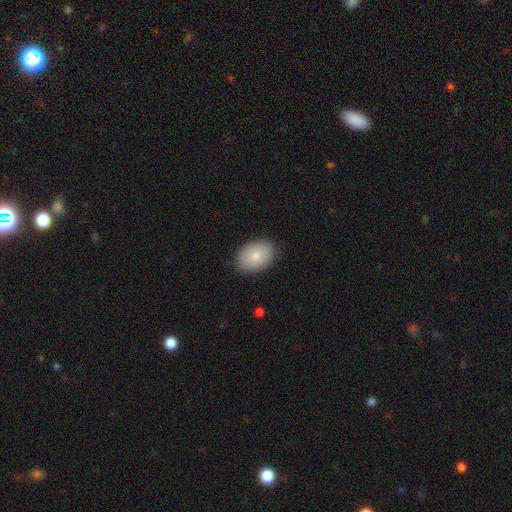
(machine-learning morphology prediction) A smooth galaxy with no disk features (81%) that is in between round and cigar-shaped (81%).

Vote fractions:
- Smooth or featured? smooth: 81% / featured or disk: 12% / star or artifact: 7%
- How rounded? in between: 81% / round: 18% / cigar-shaped: 1%
- Merging? none: 86% / minor disturbance: 10% / major disturbance: 2% / merger: 1%